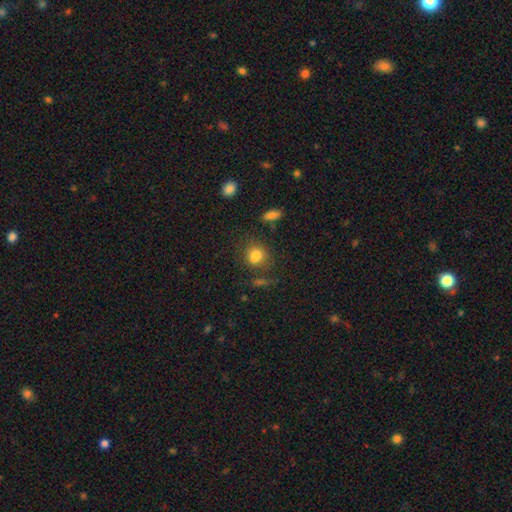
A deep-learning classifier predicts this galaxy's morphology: Q: Smooth or featured?
A: smooth (79%); runner-up: star or artifact (12%)
Q: How rounded?
A: round (67%); runner-up: in between (32%)
Q: Merging?
A: none (67%); runner-up: minor disturbance (16%)